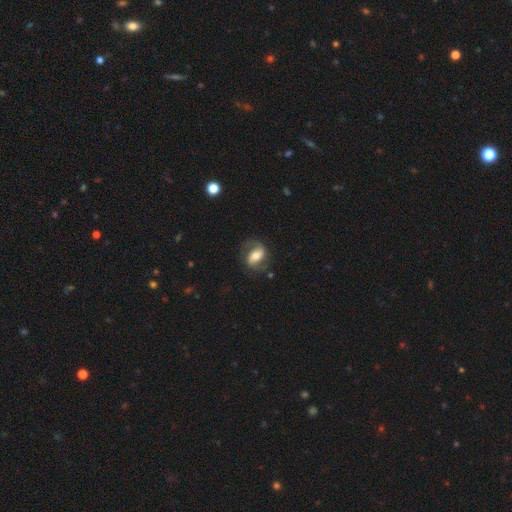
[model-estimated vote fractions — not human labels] smooth-or-featured: featured or disk: 62% | smooth: 31% | star or artifact: 7%
  disk-edge-on: no: 96% | yes: 4%
    bar: weak: 36% | strong: 35% | no: 29%
    has-spiral-arms: yes: 86% | no: 14%
      spiral-winding: medium: 46% | loose: 34% | tight: 19%
      spiral-arm-count: 2: 85% | can't tell: 7% | 1: 6% | 3: 1% | 4: 1% | more than 4: 1%
    bulge-size: moderate: 58% | small: 19% | large: 18% | dominant: 3% | none: 2%
  merging: none: 66% | minor disturbance: 19% | major disturbance: 13% | merger: 2%